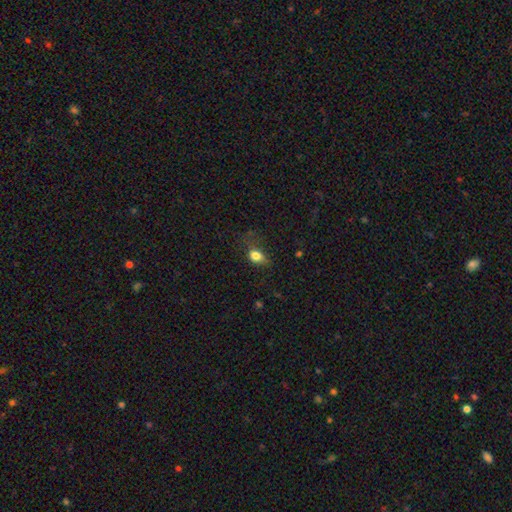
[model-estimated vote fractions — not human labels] This appears to be a smooth galaxy with no disk features (81%) that is in between round and cigar-shaped (72%). Merging: none (47%).